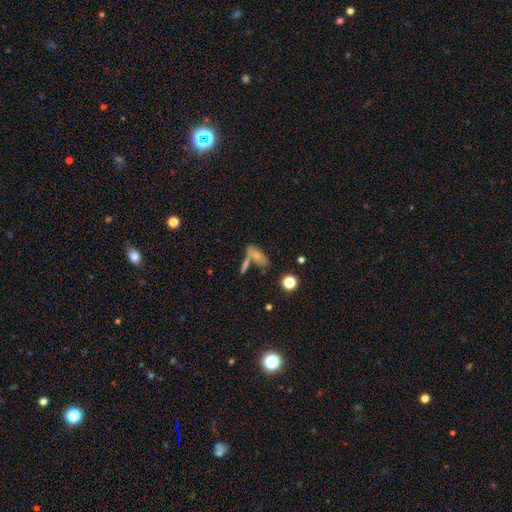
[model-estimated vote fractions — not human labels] This is likely a smooth galaxy (69%). How rounded: likely in between (66%). Merging: marginally none (42%).